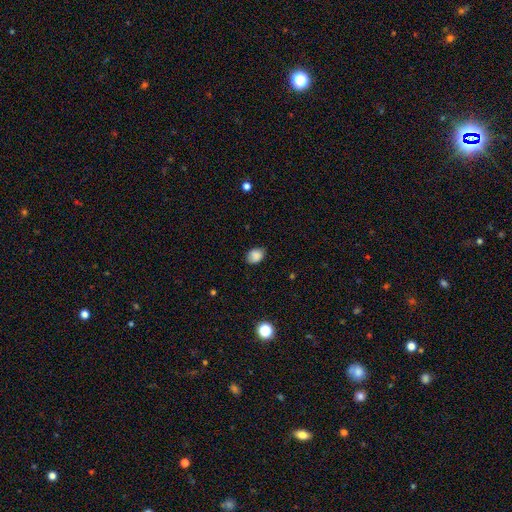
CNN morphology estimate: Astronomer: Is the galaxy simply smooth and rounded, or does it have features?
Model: smooth — 86%.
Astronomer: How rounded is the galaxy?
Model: in between — 72%.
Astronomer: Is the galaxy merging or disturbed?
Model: none — 80%.